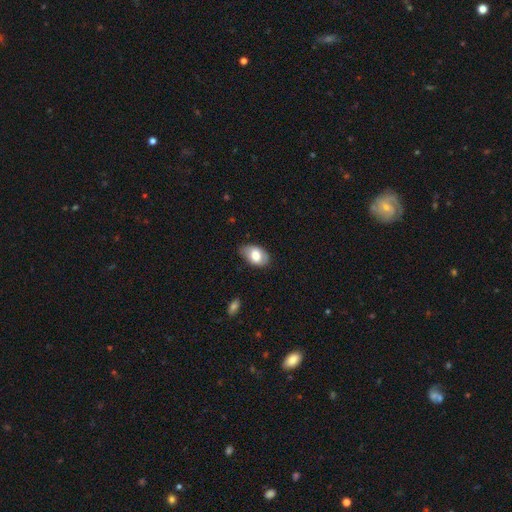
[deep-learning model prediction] This appears to be a smooth galaxy with no disk features (73%) that is in between round and cigar-shaped (90%). Merging: none (71%).